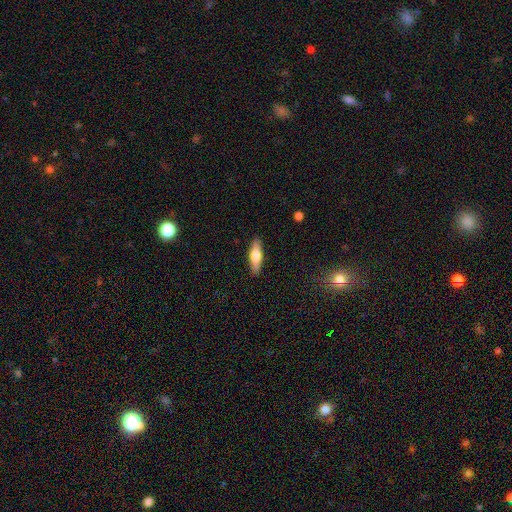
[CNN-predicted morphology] smooth 55%, featured or disk 39%, star or artifact 6%. Down the decision tree: how rounded — cigar-shaped (57%); merging — none (90%).